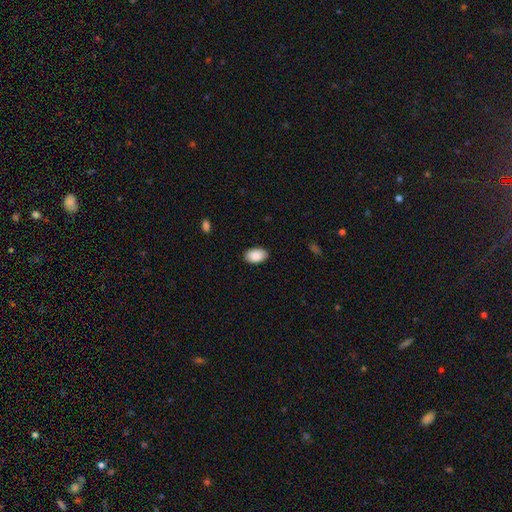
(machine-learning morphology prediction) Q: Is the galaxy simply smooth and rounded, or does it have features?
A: smooth — 90%.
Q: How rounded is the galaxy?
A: in between — 92%.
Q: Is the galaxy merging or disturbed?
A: none — 86%.